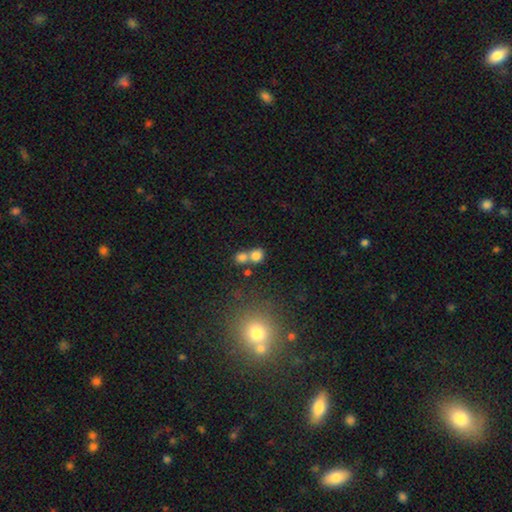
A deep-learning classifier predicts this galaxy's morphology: Smooth or featured: smooth — 77% (star or artifact — 13%)
How rounded: round — 79% (in between — 20%)
Merging: merger — 53% (none — 38%)